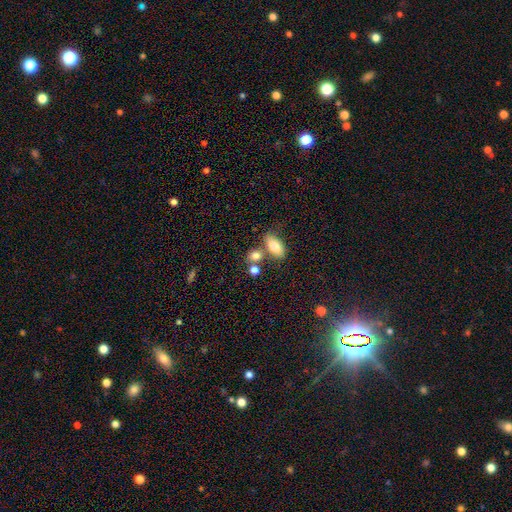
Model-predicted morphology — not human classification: type=smooth (79%); roundness=in between (54%); merging=none (54%).